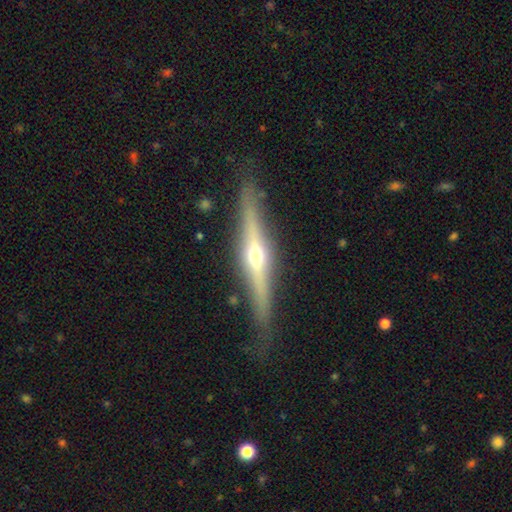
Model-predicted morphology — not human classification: featured or disk 79%, smooth 16%, star or artifact 6%. Down the decision tree: edge-on disk — yes (97%); edge-on bulge — rounded (91%); merging — none (86%).